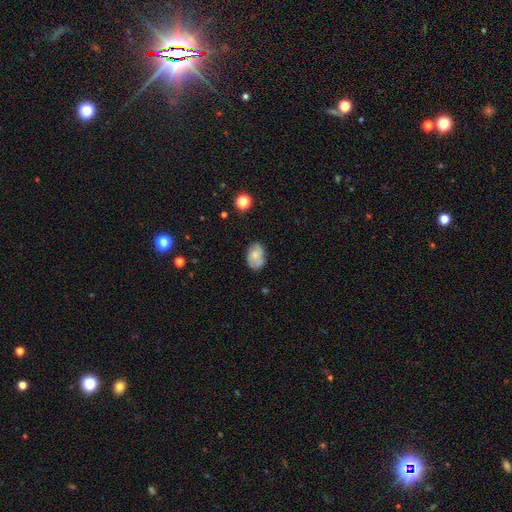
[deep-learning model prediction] A smooth galaxy with no disk features (64%) that is in between round and cigar-shaped (84%).

Vote fractions:
- Smooth or featured? smooth: 64% / featured or disk: 28% / star or artifact: 8%
- How rounded? in between: 84% / round: 15% / cigar-shaped: 1%
- Merging? none: 69% / minor disturbance: 23% / major disturbance: 6% / merger: 2%